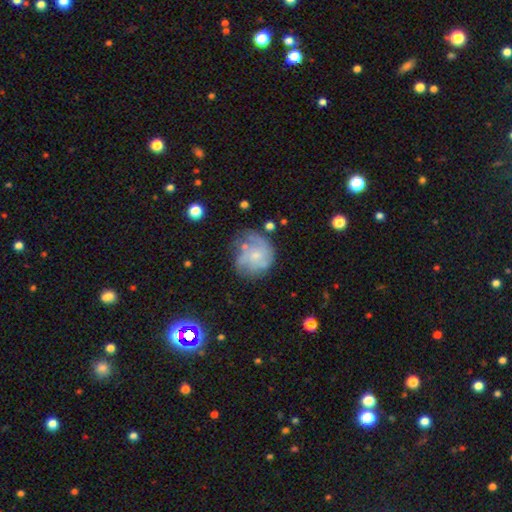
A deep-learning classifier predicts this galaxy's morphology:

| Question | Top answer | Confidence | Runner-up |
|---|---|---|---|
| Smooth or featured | featured or disk | 53% | smooth (39%) |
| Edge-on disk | no | 98% | yes (2%) |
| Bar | no | 78% | weak (20%) |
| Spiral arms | yes | 63% | no (37%) |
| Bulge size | small | 61% | moderate (25%) |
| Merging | none | 47% | minor disturbance (26%) |